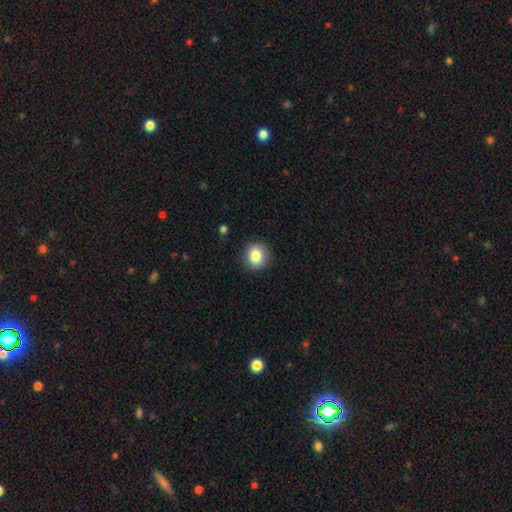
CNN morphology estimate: The model was most divided on "how rounded": round: 82%, in between: 17%, cigar-shaped: 1%. More confident: merging — none (88%); smooth or featured — smooth (84%).